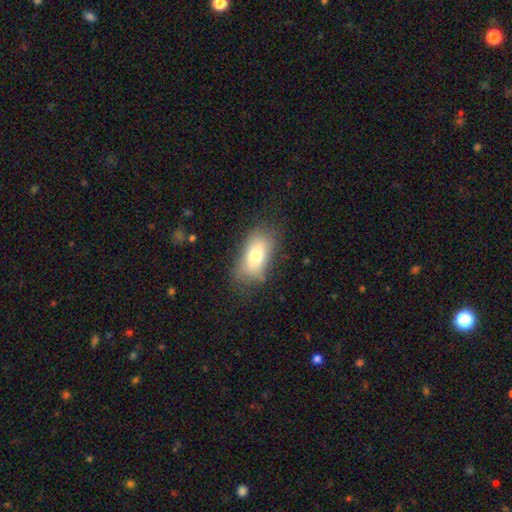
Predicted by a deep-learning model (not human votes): The model was most divided on "merging": none: 65%, minor disturbance: 23%, major disturbance: 10%, merger: 2%. More confident: how rounded — in between (89%); smooth or featured — smooth (75%).